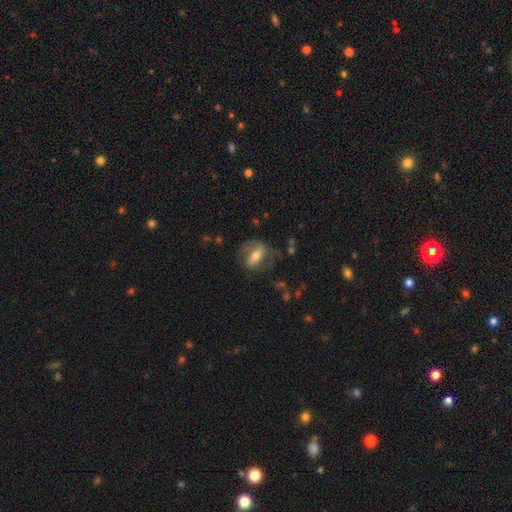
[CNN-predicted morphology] smooth-or-featured: featured or disk: 60% | smooth: 33% | star or artifact: 7%
  disk-edge-on: no: 89% | yes: 11%
    bar: strong: 52% | weak: 27% | no: 21%
    has-spiral-arms: yes: 66% | no: 34%
    bulge-size: moderate: 62% | small: 27% | large: 8% | none: 2% | dominant: 1%
  merging: none: 61% | minor disturbance: 20% | major disturbance: 17% | merger: 2%